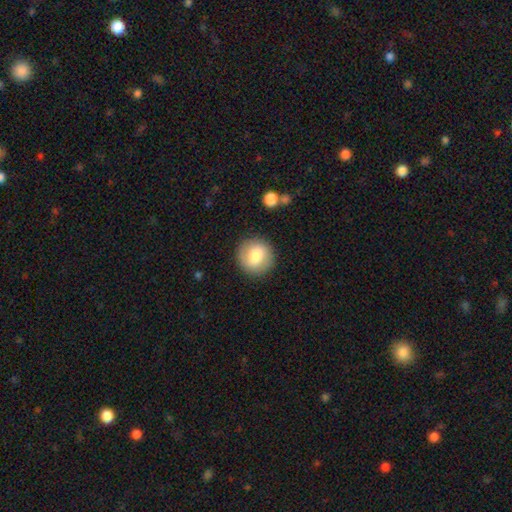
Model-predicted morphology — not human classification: type=smooth (71%); roundness=round (92%); merging=none (88%).